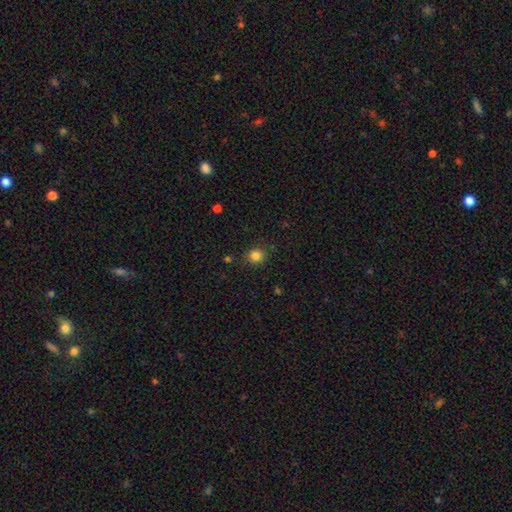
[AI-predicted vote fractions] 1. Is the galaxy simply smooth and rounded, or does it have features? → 84% smooth, 12% star or artifact, 4% featured or disk.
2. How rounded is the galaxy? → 87% round, 12% in between, 1% cigar-shaped.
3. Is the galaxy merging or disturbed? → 86% none, 9% minor disturbance, 3% major disturbance, 2% merger.